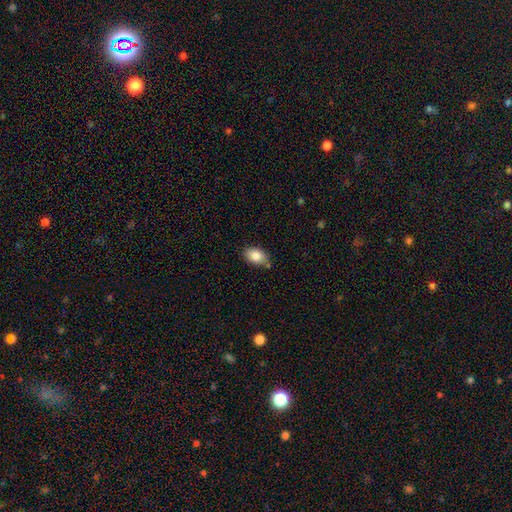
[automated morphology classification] Smooth or featured: smooth — 84% (featured or disk — 8%)
How rounded: in between — 85% (round — 13%)
Merging: none — 75% (minor disturbance — 17%)